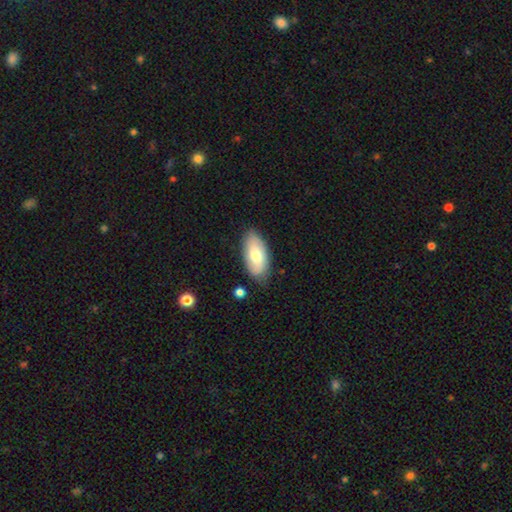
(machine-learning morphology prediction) The model was most divided on "smooth or featured": smooth: 69%, featured or disk: 25%, star or artifact: 6%. More confident: how rounded — in between (92%); merging — none (78%).